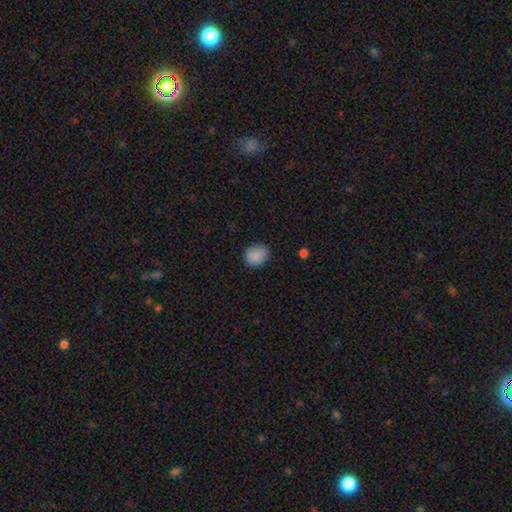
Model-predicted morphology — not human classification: Smooth or featured: smooth — 87% (star or artifact — 9%)
How rounded: round — 62% (in between — 37%)
Merging: none — 77% (minor disturbance — 19%)